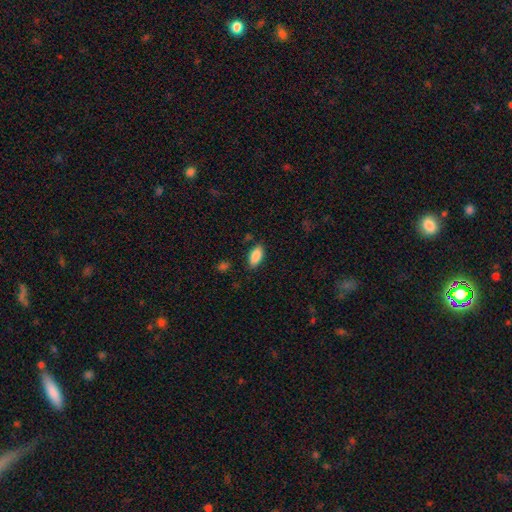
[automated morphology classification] The model was most divided on "merging": none: 83%, minor disturbance: 12%, major disturbance: 3%, merger: 2%. More confident: how rounded — in between (90%); smooth or featured — smooth (88%).